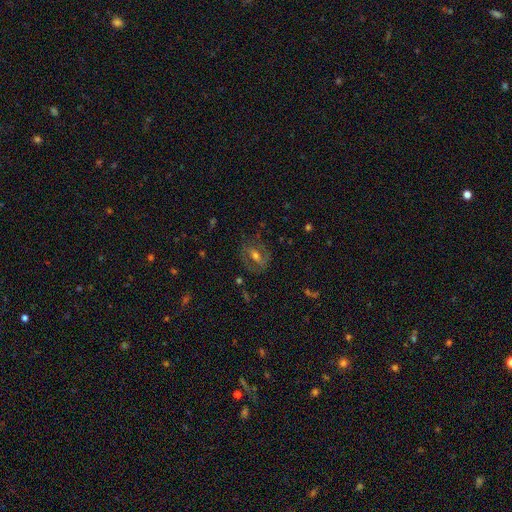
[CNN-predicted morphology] featured or disk 64%, smooth 25%, star or artifact 11%. Down the decision tree: edge-on disk — no (92%); bar — weak (38%); spiral arms — yes (68%); bulge size — moderate (62%); merging — none (75%).